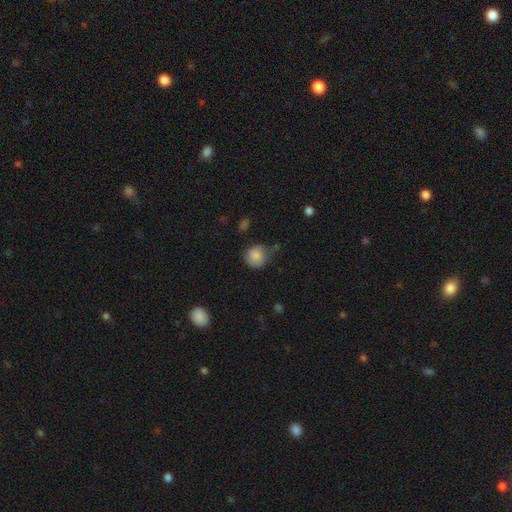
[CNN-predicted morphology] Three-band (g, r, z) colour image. It shows a smooth galaxy with no disk features (83%) that is round (82%). Merging: none (51%).